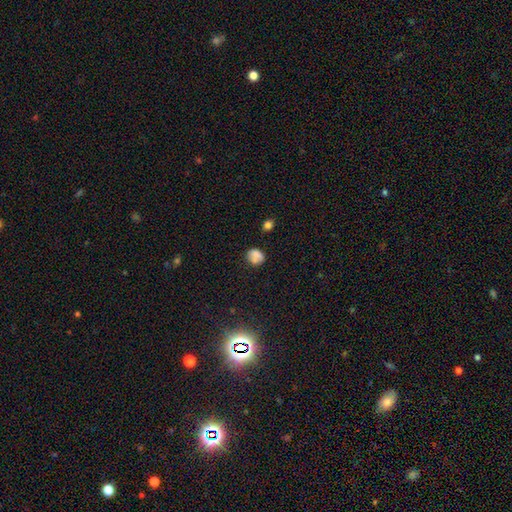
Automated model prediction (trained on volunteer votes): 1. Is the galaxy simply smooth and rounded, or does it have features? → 79% smooth, 12% star or artifact, 9% featured or disk.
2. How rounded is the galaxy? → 65% round, 34% in between, 1% cigar-shaped.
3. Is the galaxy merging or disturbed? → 64% none, 22% minor disturbance, 8% merger, 6% major disturbance.